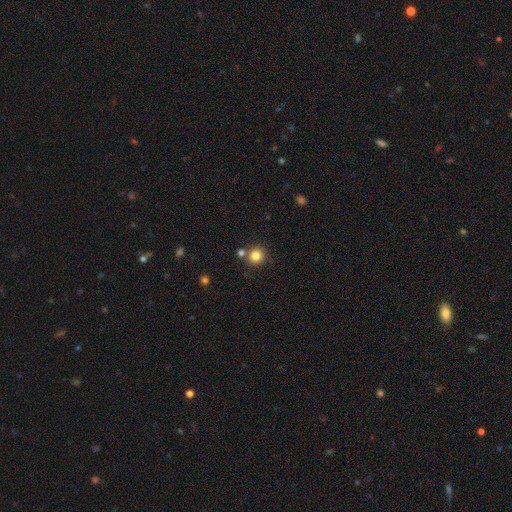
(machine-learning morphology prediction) Smooth or featured? smooth (83%)
How rounded? round (92%)
Merging? none (74%)